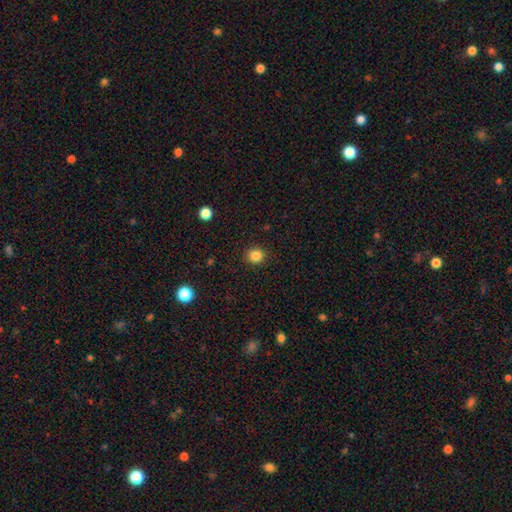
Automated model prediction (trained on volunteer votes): Morphology: type=smooth (84%); roundness=round (88%); merging=none (91%).